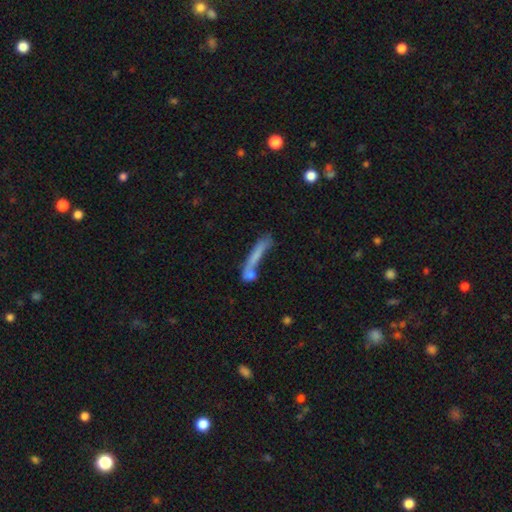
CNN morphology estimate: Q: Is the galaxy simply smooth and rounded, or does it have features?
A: smooth — 61%.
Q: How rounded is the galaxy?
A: cigar-shaped — 88%.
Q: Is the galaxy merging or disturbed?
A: none — 37%.